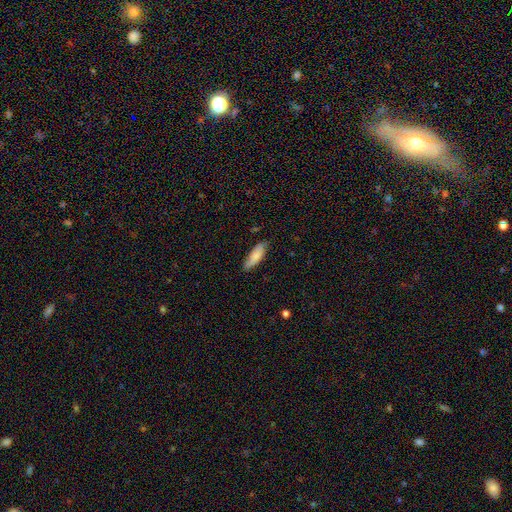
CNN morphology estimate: Smooth or featured: smooth — 80% (featured or disk — 14%)
How rounded: cigar-shaped — 49% (tied with in between — 49%)
Merging: none — 75% (minor disturbance — 20%)